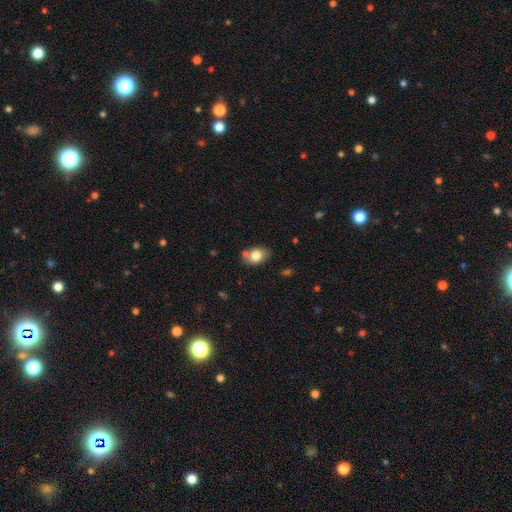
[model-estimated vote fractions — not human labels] smooth-or-featured: smooth: 79% | featured or disk: 12% | star or artifact: 9%
  how-rounded: in between: 75% | round: 24% | cigar-shaped: 1%
  merging: none: 68% | minor disturbance: 16% | merger: 13% | major disturbance: 4%